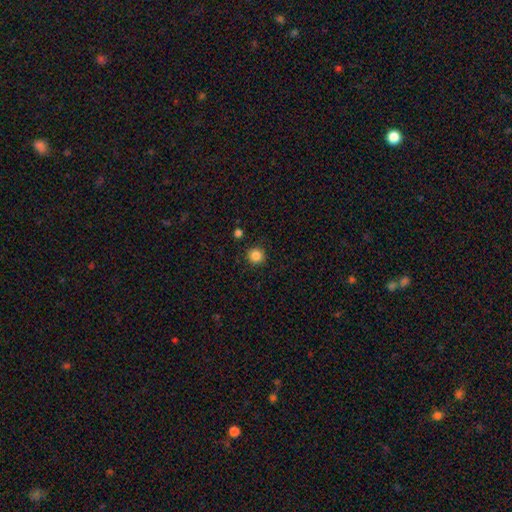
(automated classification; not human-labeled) Smooth or featured? Predicted: smooth (p=0.85). How rounded? Predicted: round (p=0.94). Merging? Predicted: none (p=0.91).